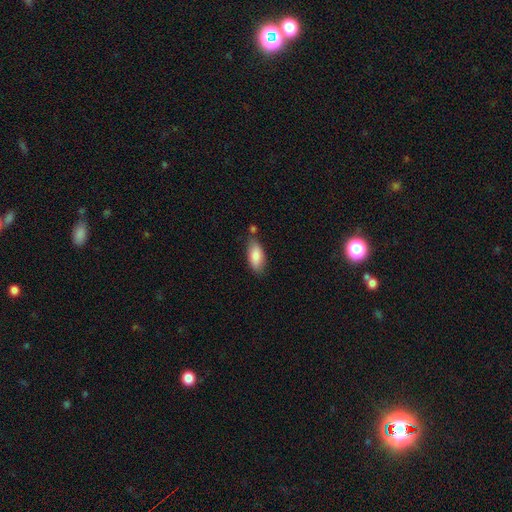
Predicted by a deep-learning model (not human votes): Overall: smooth (84%). How rounded: in between (85%). Merging: none (67%).